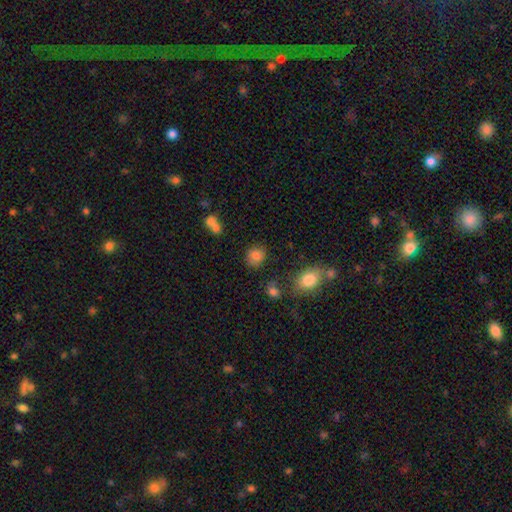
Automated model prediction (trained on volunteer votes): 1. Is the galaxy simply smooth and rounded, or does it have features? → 83% smooth, 11% star or artifact, 6% featured or disk.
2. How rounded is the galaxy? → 65% round, 34% in between, 1% cigar-shaped.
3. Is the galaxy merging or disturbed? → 77% none, 14% minor disturbance, 6% merger, 4% major disturbance.